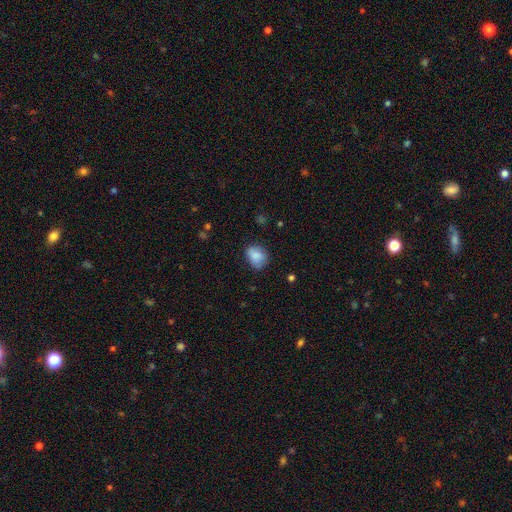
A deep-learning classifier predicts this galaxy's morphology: A smooth galaxy with no disk features (82%) that is in between round and cigar-shaped (54%). Merging: none (67%).